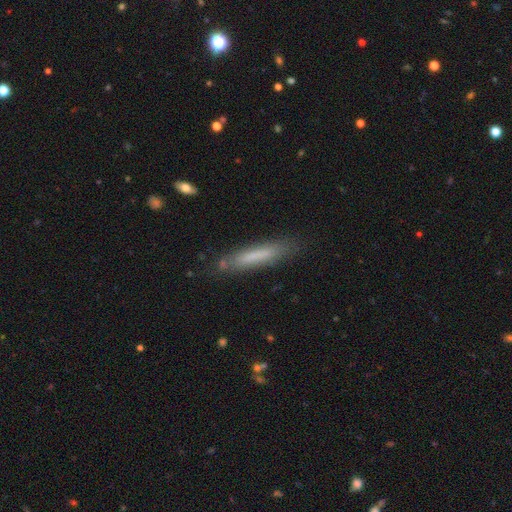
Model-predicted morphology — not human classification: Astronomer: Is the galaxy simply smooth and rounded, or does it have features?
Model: smooth — 68%.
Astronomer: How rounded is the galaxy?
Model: cigar-shaped — 91%.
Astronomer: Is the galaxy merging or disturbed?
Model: none — 79%.